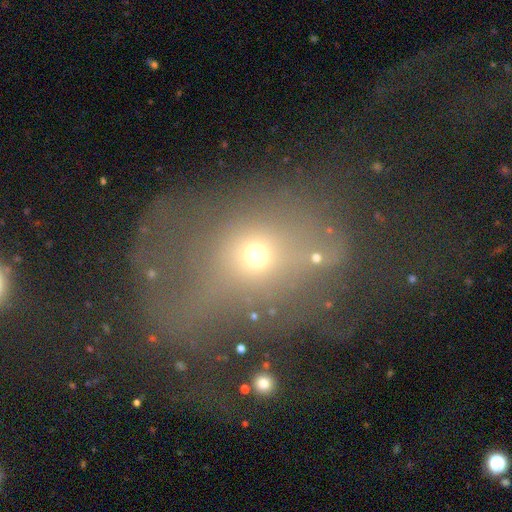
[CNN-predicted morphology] Smooth or featured? smooth (53%)
How rounded? round (66%)
Merging? none (38%)